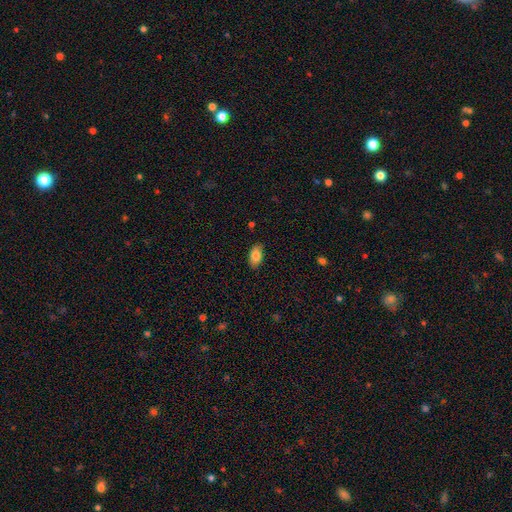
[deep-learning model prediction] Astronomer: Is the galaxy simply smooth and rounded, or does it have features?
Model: smooth — 85%.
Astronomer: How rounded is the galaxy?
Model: in between — 93%.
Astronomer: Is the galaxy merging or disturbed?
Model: none — 85%.